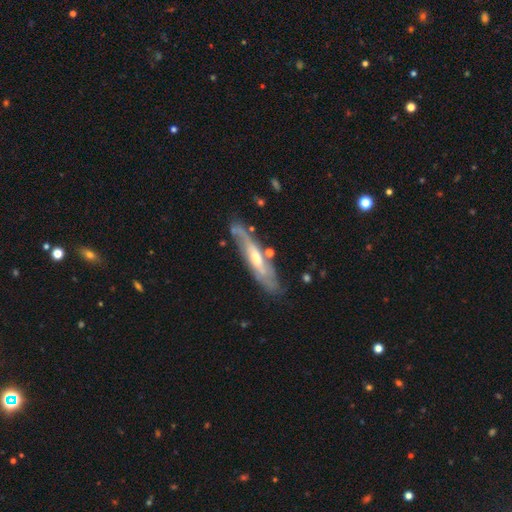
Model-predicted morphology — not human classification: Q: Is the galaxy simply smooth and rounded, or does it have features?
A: featured or disk — 73%.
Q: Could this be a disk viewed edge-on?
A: yes — 51%.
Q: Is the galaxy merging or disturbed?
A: none — 73%.